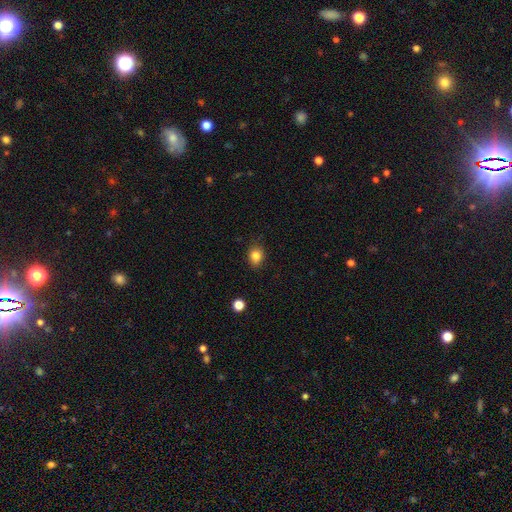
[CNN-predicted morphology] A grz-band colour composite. It shows a smooth galaxy with no disk features (83%) that is round (51%). Merging: none (82%).